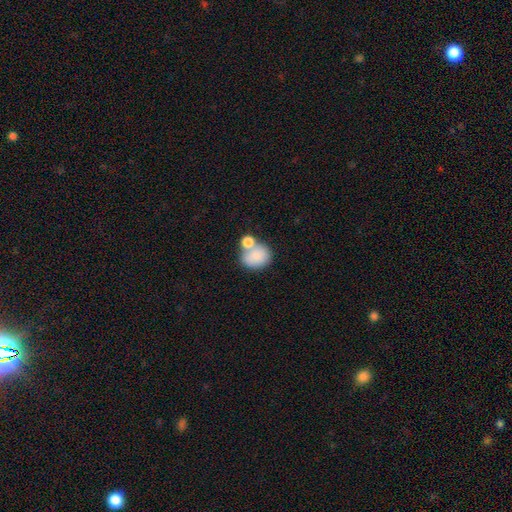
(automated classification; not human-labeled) Smooth or featured? smooth (81%)
How rounded? round (62%)
Merging? none (45%)